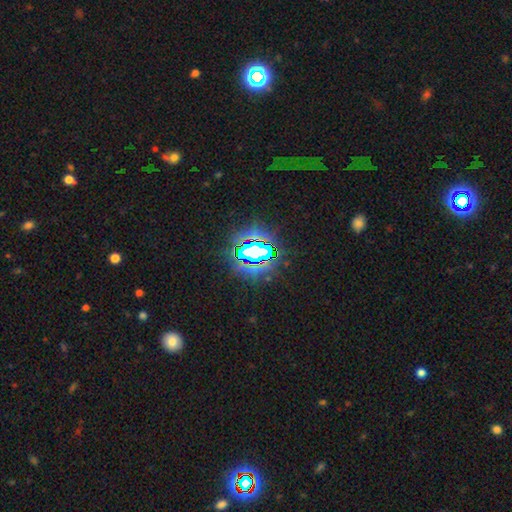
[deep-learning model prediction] Smooth or featured? star or artifact (71%)